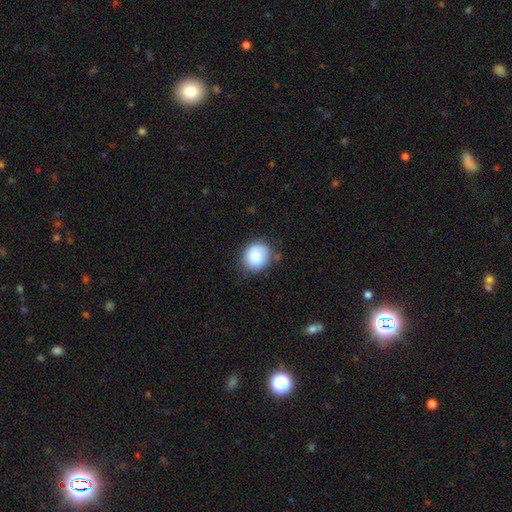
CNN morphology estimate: Smooth or featured? smooth (86%)
How rounded? round (74%)
Merging? none (68%)